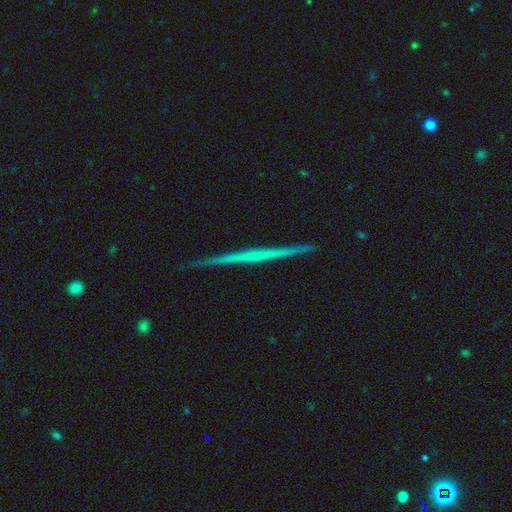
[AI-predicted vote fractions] A featured or disk galaxy (65%) viewed edge-on (98%) with no central bulge (91%). Merging: none (93%).